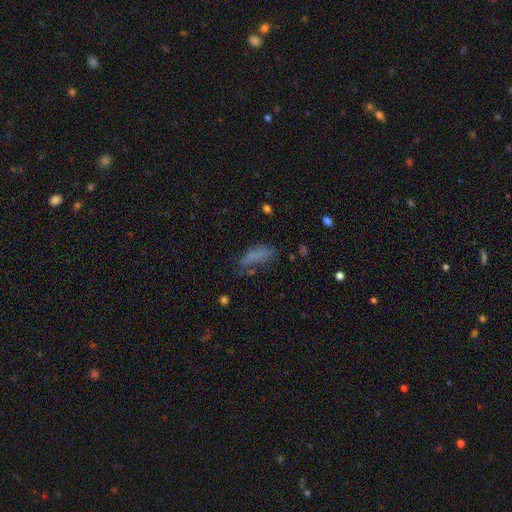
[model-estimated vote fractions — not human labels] Smooth or featured?
  - smooth: 67% *
  - featured or disk: 18%
  - star or artifact: 15%
How rounded?
  - in between: 65% *
  - cigar-shaped: 32%
  - round: 3%
Merging?
  - none: 44% *
  - minor disturbance: 27%
  - major disturbance: 23%
  - merger: 6%